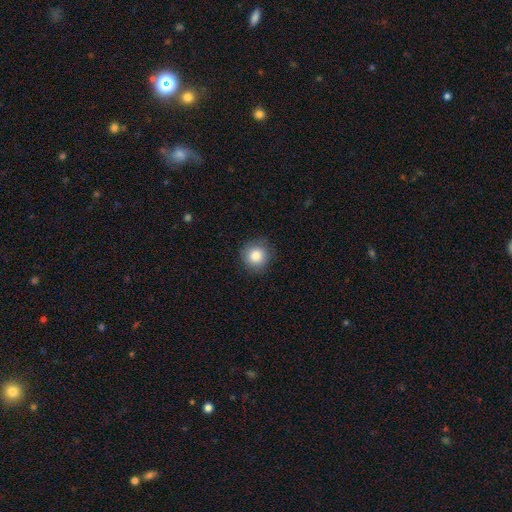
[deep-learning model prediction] This appears to be a smooth galaxy with no disk features (85%) that is round (92%). Merging: none (86%).